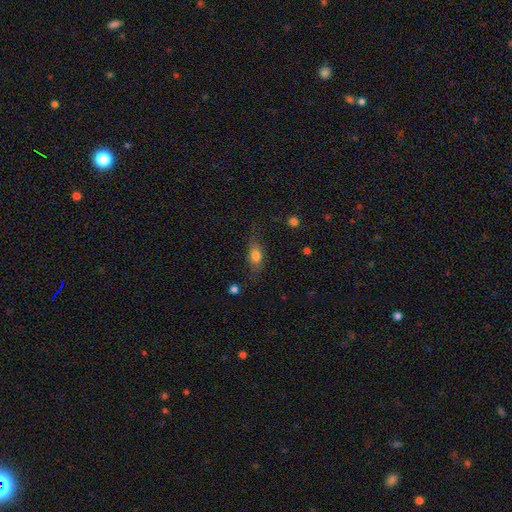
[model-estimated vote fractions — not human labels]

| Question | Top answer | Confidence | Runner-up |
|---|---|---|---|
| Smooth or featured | smooth | 72% | featured or disk (18%) |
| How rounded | in between | 73% | cigar-shaped (16%) |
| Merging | none | 69% | minor disturbance (21%) |